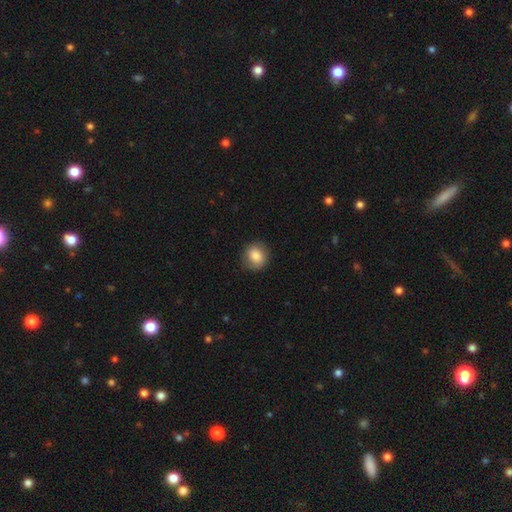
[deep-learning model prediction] Q: Smooth or featured?
A: smooth (83%); runner-up: featured or disk (9%)
Q: How rounded?
A: round (81%); runner-up: in between (18%)
Q: Merging?
A: none (83%); runner-up: minor disturbance (13%)